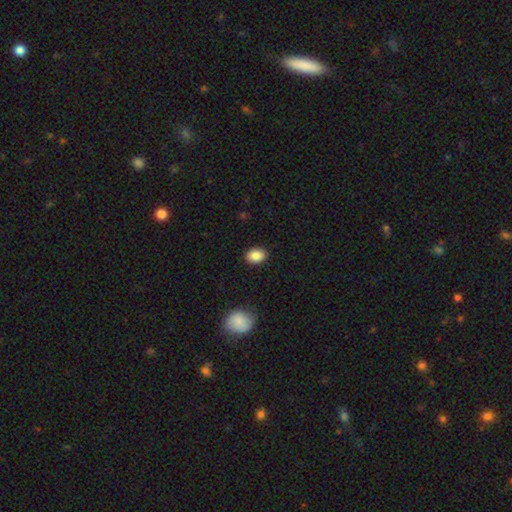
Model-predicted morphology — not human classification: A smooth galaxy with no disk features (87%) that is in between round and cigar-shaped (77%).

Vote fractions:
- Smooth or featured? smooth: 87% / star or artifact: 8% / featured or disk: 5%
- How rounded? in between: 77% / round: 22% / cigar-shaped: 1%
- Merging? none: 89% / minor disturbance: 8% / major disturbance: 2% / merger: 1%